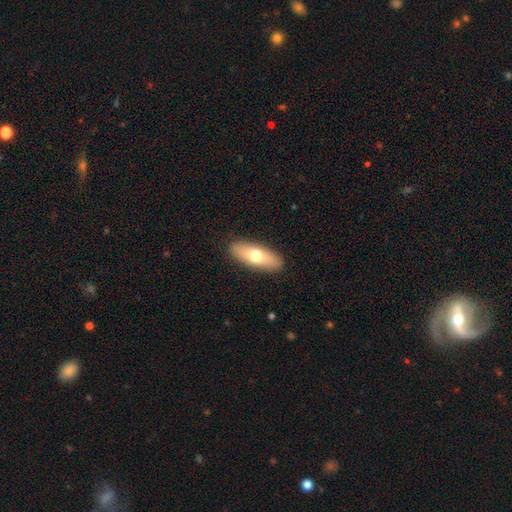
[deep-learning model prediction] This appears to be a smooth galaxy with no disk features (68%) that is in between round and cigar-shaped (70%). Merging: none (90%).